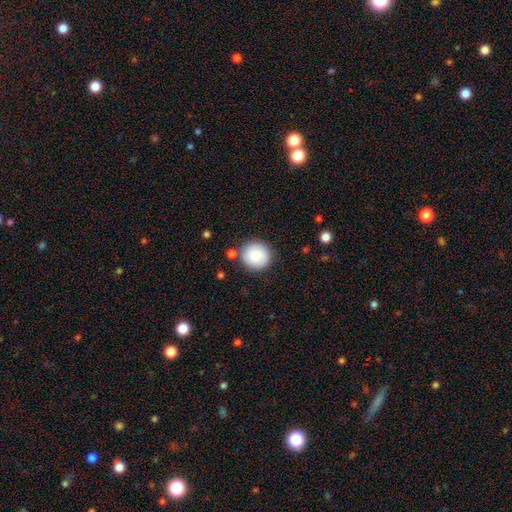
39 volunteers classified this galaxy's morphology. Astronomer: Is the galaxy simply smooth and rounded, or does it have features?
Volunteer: smooth — 87%.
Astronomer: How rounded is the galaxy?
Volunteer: round — 97%.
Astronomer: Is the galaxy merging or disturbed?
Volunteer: none — 92%.